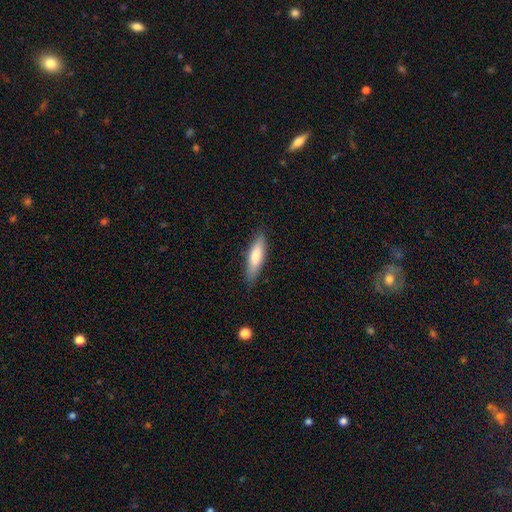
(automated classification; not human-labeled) This is likely a smooth galaxy (74%). How rounded: likely cigar-shaped (69%). Merging: clearly none (85%).